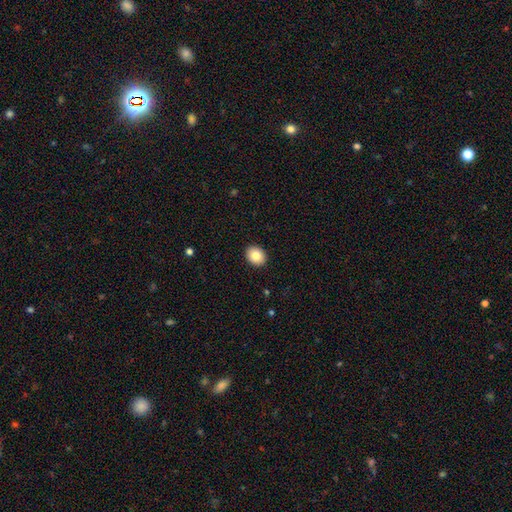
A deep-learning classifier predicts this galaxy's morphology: A smooth galaxy with no disk features (84%) that is round (59%). Merging: none (92%).